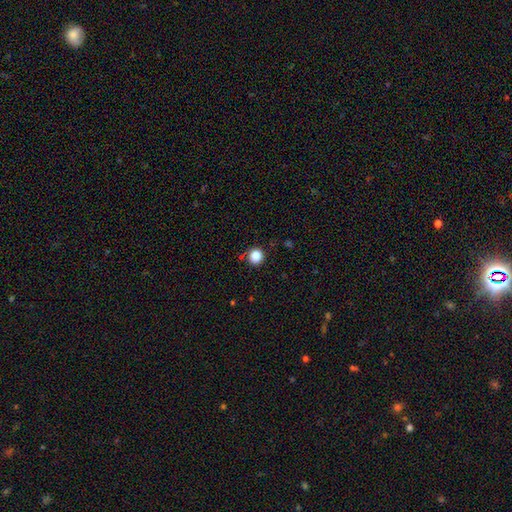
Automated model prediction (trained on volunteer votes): Smooth or featured?
  - smooth: 85% *
  - star or artifact: 11%
  - featured or disk: 3%
How rounded?
  - round: 93% *
  - in between: 6%
  - cigar-shaped: 1%
Merging?
  - none: 87% *
  - minor disturbance: 8%
  - major disturbance: 2%
  - merger: 2%